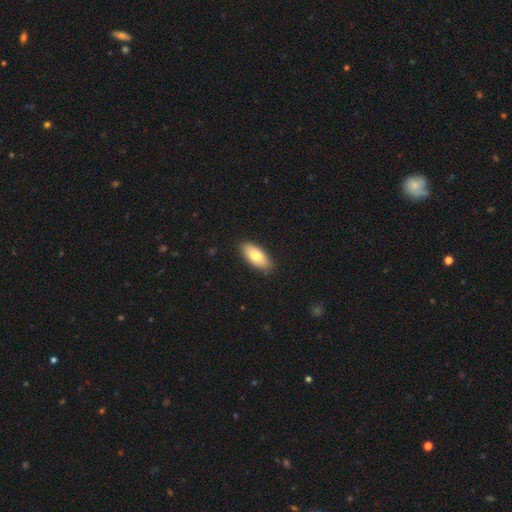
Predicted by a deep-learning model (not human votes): Smooth or featured: smooth — 78% (featured or disk — 16%)
How rounded: in between — 90% (cigar-shaped — 8%)
Merging: none — 87% (minor disturbance — 10%)